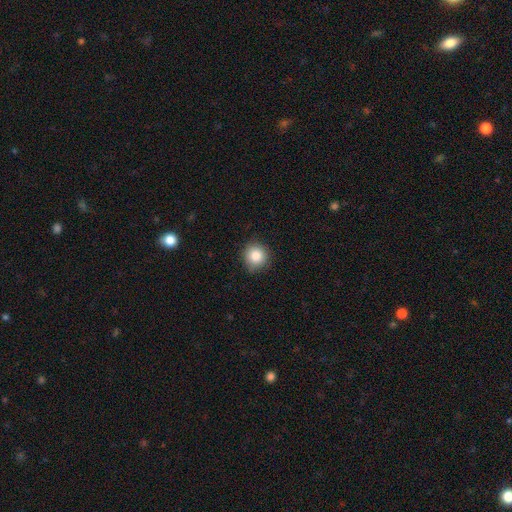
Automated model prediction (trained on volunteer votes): Smooth or featured: smooth — 85% (star or artifact — 9%)
How rounded: round — 92% (in between — 7%)
Merging: none — 86% (minor disturbance — 11%)